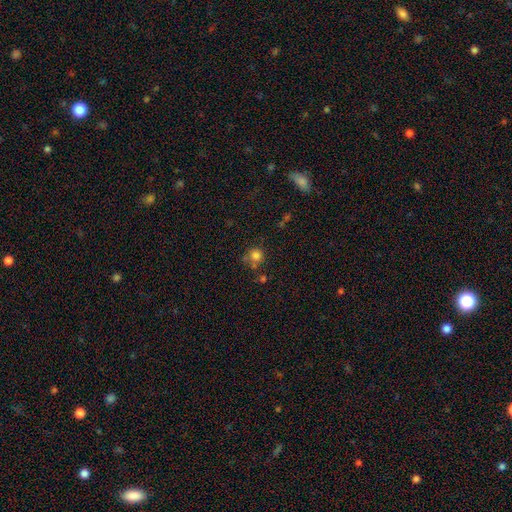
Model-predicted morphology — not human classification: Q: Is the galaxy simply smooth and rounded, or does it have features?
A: smooth — 79%.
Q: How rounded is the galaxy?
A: round — 89%.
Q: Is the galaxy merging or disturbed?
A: none — 61%.